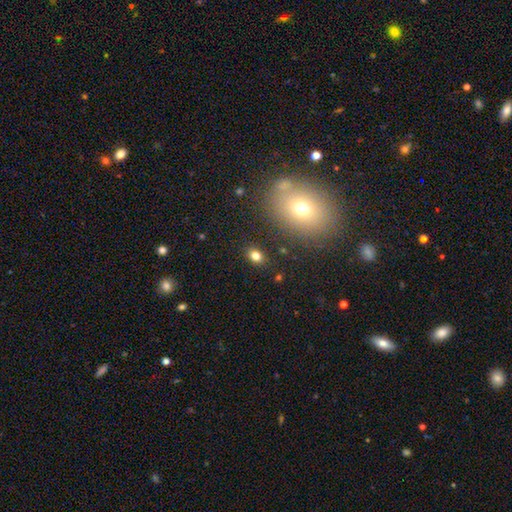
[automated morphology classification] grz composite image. It shows a smooth galaxy with no disk features (79%) that is in between round and cigar-shaped (65%). Merging: none (85%).